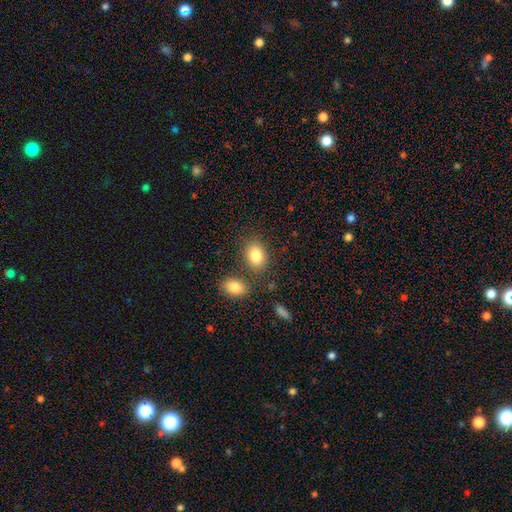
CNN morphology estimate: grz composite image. It shows a smooth galaxy with no disk features (84%) that is in between round and cigar-shaped (75%). Merging: none (73%).